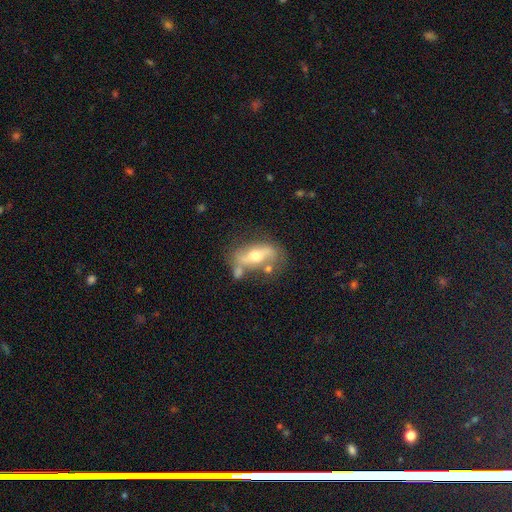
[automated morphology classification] Smooth or featured: featured or disk — 65% (smooth — 28%)
Edge-on disk: no — 72% (yes — 28%)
Merging: none — 53% (minor disturbance — 20%)